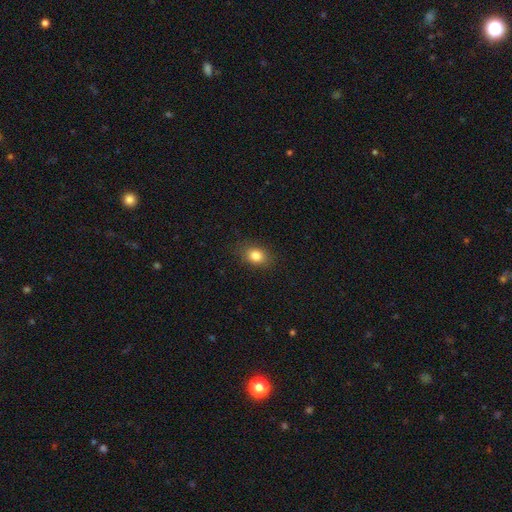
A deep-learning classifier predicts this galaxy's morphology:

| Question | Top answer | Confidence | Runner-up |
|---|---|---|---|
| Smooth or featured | smooth | 83% | star or artifact (10%) |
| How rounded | in between | 61% | round (37%) |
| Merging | none | 85% | minor disturbance (11%) |